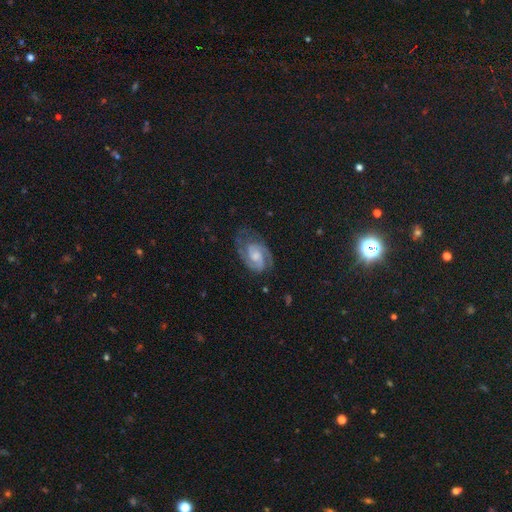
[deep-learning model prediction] smooth_or_featured: featured or disk (p=0.87) [alt: smooth p=0.07]
disk_edge_on: no (p=0.98) [alt: yes p=0.02]
bar: no (p=0.53) [alt: weak p=0.39]
has_spiral_arms: yes (p=0.98) [alt: no p=0.02]
spiral_winding: tight (p=0.50) [alt: medium p=0.42]
spiral_arm_count: 2 (p=0.81) [alt: 3 p=0.07]
bulge_size: moderate (p=0.38) [alt: small p=0.30]
merging: none (p=0.67) [alt: minor disturbance p=0.21]